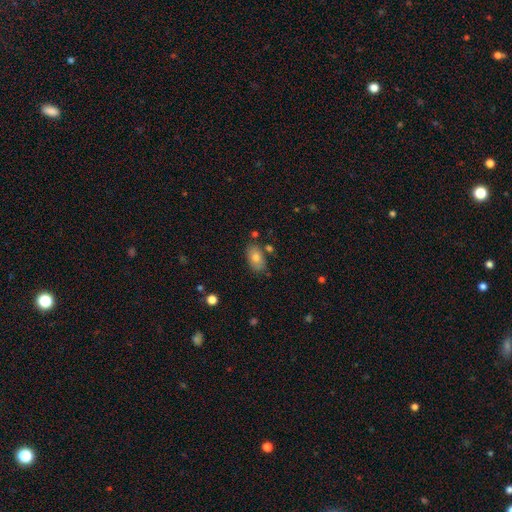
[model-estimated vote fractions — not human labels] This is likely a smooth galaxy (74%). How rounded: clearly in between (91%). Merging: likely none (78%).